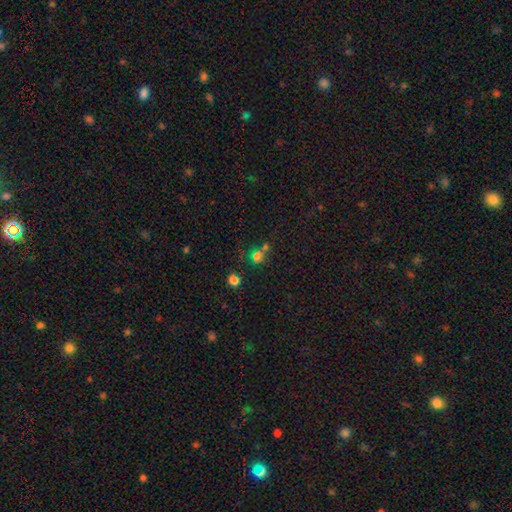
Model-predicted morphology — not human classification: A smooth galaxy with no disk features (61%) that is round (75%). Merging: none (48%).